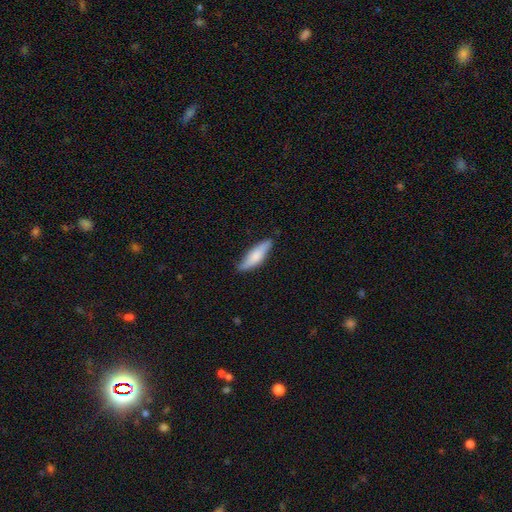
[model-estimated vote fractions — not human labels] Q: Smooth or featured?
A: smooth (73%); runner-up: featured or disk (22%)
Q: How rounded?
A: cigar-shaped (59%); runner-up: in between (39%)
Q: Merging?
A: none (78%); runner-up: minor disturbance (18%)